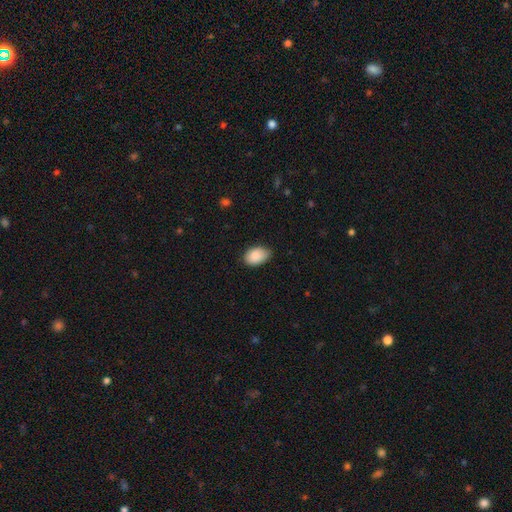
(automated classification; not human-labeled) This is clearly a smooth galaxy (89%). How rounded: clearly in between (88%). Merging: likely none (69%).